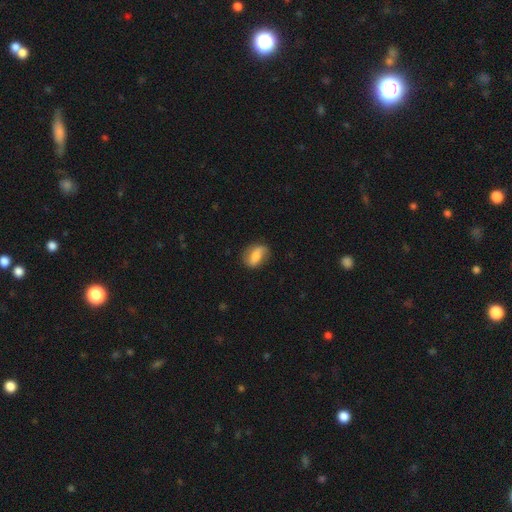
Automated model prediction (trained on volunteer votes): smooth 63%, featured or disk 30%, star or artifact 8%. Down the decision tree: how rounded — in between (80%); merging — none (72%).